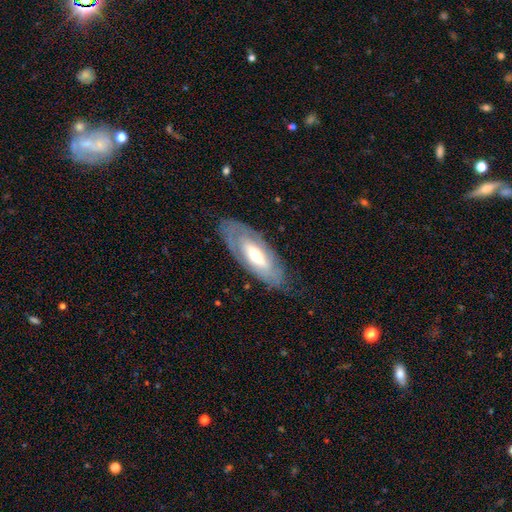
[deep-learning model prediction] featured or disk 58%, smooth 36%, star or artifact 6%. Down the decision tree: edge-on disk — no (78%); merging — none (76%).